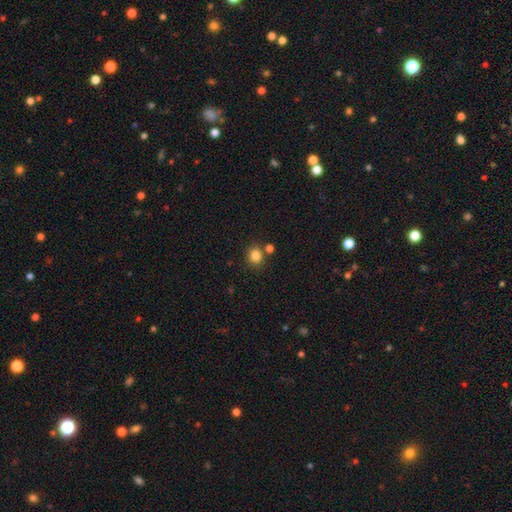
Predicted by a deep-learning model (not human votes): Q: Smooth or featured?
A: smooth (83%); runner-up: star or artifact (12%)
Q: How rounded?
A: round (82%); runner-up: in between (17%)
Q: Merging?
A: none (77%); runner-up: merger (12%)